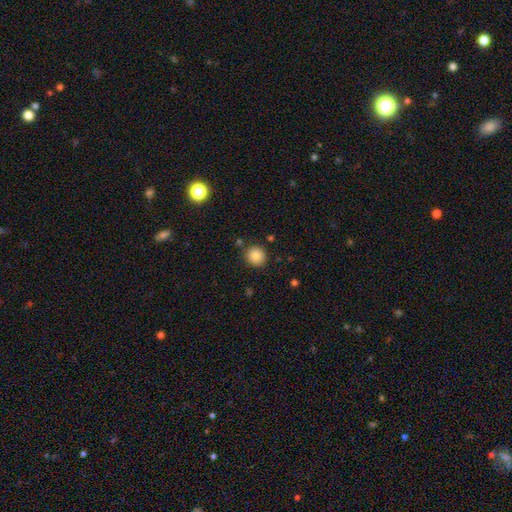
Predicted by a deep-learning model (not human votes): Smooth or featured? smooth (85%)
How rounded? round (88%)
Merging? none (86%)